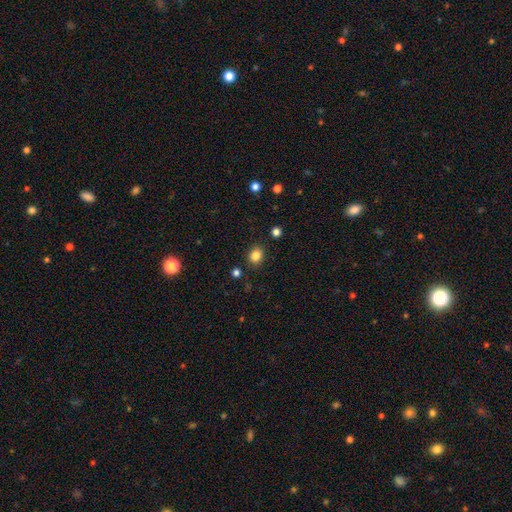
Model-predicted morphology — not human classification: Overall: smooth (84%). How rounded: round (65%; in between 34%). Merging: none (87%).